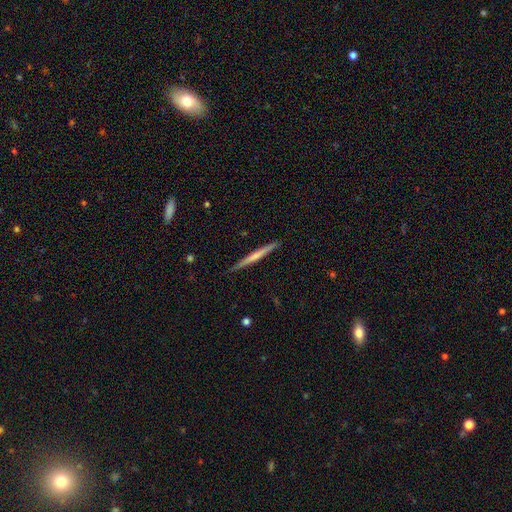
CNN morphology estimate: smooth_or_featured: smooth (p=0.48) [alt: featured or disk p=0.47]
merging: none (p=0.89) [alt: minor disturbance p=0.08]